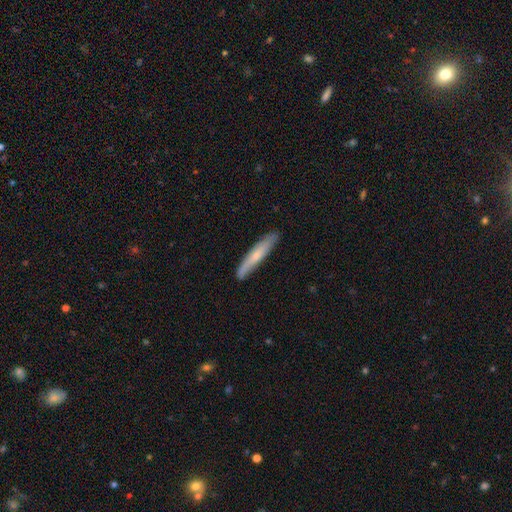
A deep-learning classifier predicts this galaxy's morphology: Overall: smooth (58%; featured or disk 36%). How rounded: cigar-shaped (93%). Merging: none (86%).